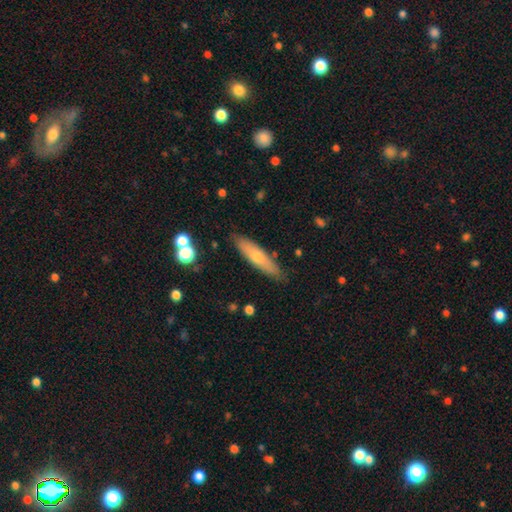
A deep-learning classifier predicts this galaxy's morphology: Smooth or featured? smooth (54%)
How rounded? cigar-shaped (77%)
Merging? none (86%)